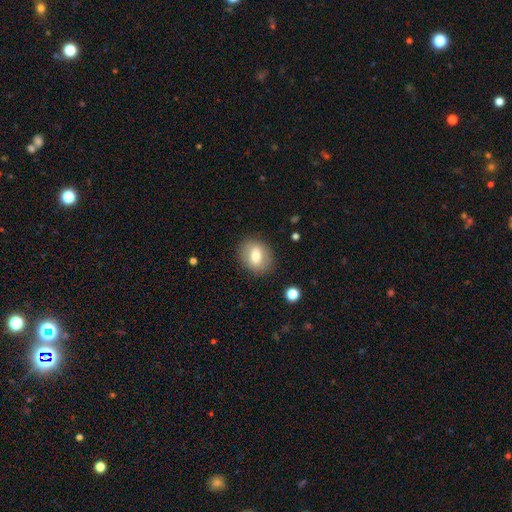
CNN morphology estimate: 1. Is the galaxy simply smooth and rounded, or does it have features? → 72% smooth, 20% featured or disk, 8% star or artifact.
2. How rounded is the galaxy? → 53% in between, 45% round, 1% cigar-shaped.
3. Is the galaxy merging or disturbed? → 85% none, 10% minor disturbance, 4% major disturbance, 1% merger.